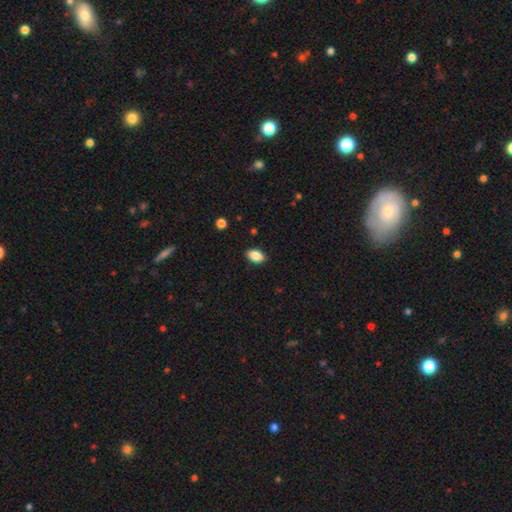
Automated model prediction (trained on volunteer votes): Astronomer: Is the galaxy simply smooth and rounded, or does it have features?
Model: smooth — 88%.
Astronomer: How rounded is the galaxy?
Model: in between — 89%.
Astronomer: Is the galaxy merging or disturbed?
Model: none — 89%.